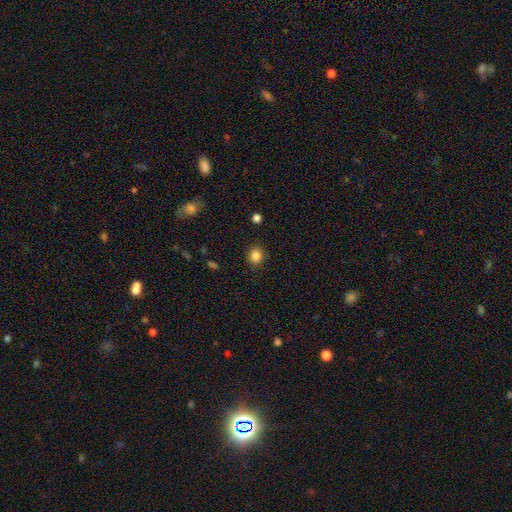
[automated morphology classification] smooth-or-featured: smooth: 85% | star or artifact: 11% | featured or disk: 4%
  how-rounded: round: 79% | in between: 20% | cigar-shaped: 1%
  merging: none: 88% | minor disturbance: 8% | major disturbance: 2% | merger: 1%